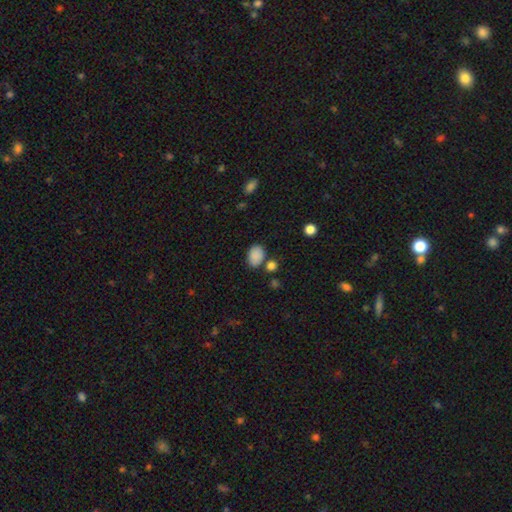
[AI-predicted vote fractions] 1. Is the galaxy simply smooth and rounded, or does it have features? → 87% smooth, 9% star or artifact, 4% featured or disk.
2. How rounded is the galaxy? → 79% in between, 20% round, 1% cigar-shaped.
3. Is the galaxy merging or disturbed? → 72% none, 15% minor disturbance, 9% merger, 4% major disturbance.